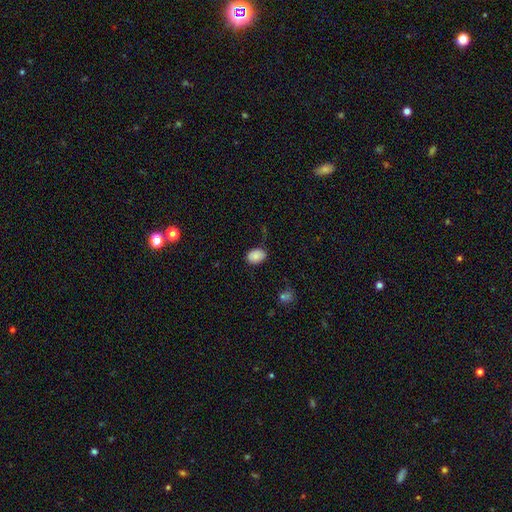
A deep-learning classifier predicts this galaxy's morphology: This is clearly a smooth galaxy (86%). How rounded: likely in between (77%). Merging: likely none (77%).